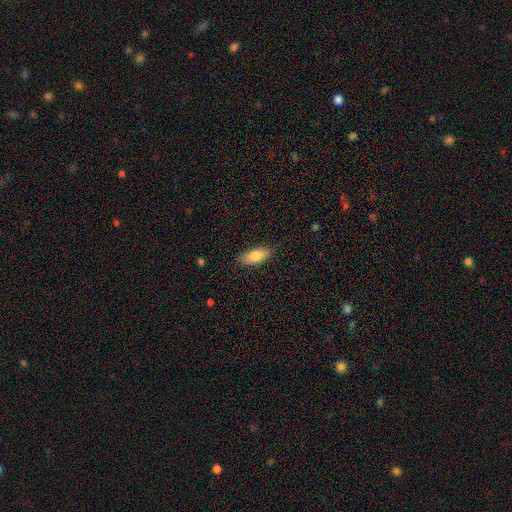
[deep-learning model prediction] smooth_or_featured: smooth (p=0.77) [alt: featured or disk p=0.16]
how_rounded: in between (p=0.82) [alt: cigar-shaped p=0.15]
merging: none (p=0.84) [alt: minor disturbance p=0.12]